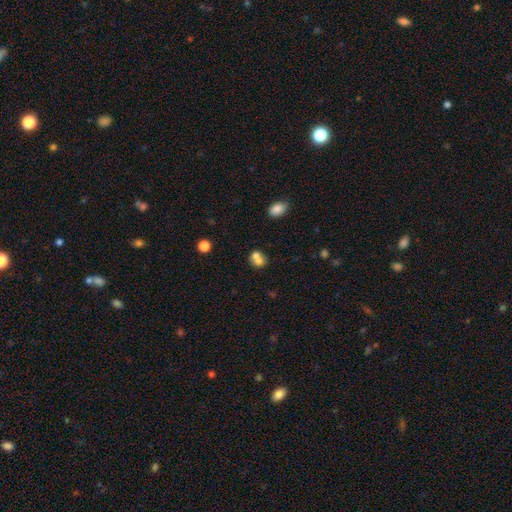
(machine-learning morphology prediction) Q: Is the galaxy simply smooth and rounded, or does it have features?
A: smooth — 71%.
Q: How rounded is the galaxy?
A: round — 58%.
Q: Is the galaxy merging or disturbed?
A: merger — 59%.